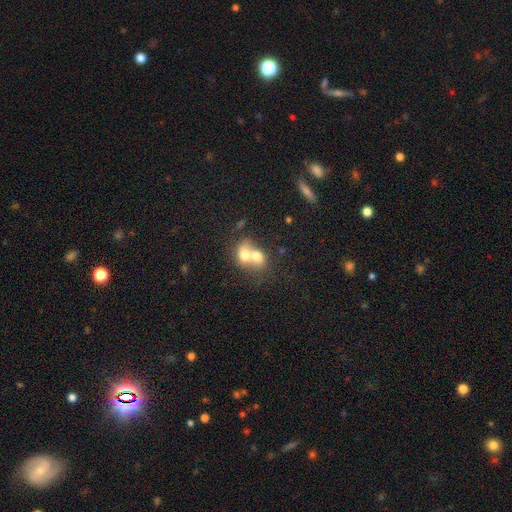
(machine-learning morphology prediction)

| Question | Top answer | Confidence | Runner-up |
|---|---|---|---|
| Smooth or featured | smooth | 67% | featured or disk (24%) |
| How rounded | in between | 51% | round (48%) |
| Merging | merger | 77% | none (14%) |